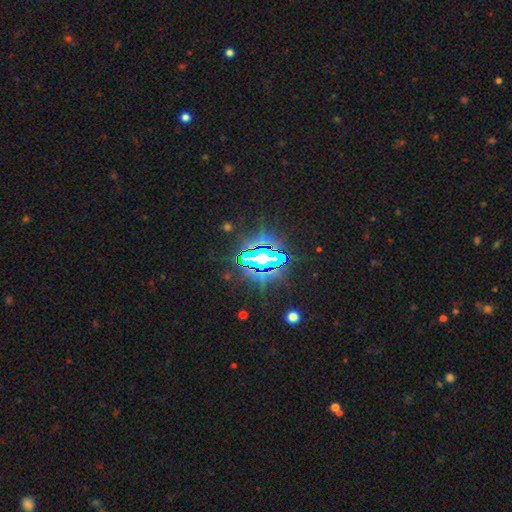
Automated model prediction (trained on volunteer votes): Q: Smooth or featured?
A: star or artifact (78%); runner-up: smooth (12%)